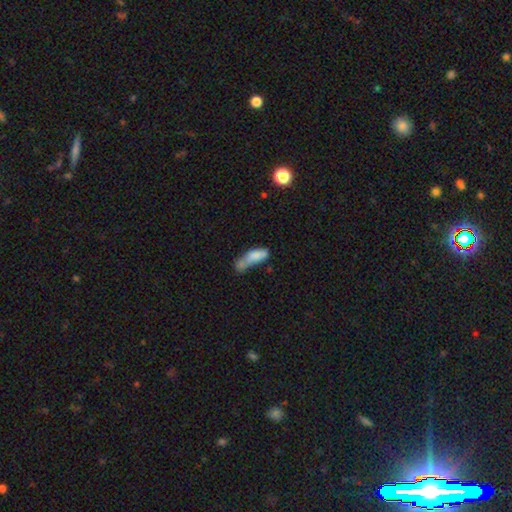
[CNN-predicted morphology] smooth-or-featured: smooth: 74% | featured or disk: 17% | star or artifact: 9%
  how-rounded: in between: 57% | cigar-shaped: 40% | round: 3%
  merging: merger: 33% | minor disturbance: 24% | none: 23% | major disturbance: 20%